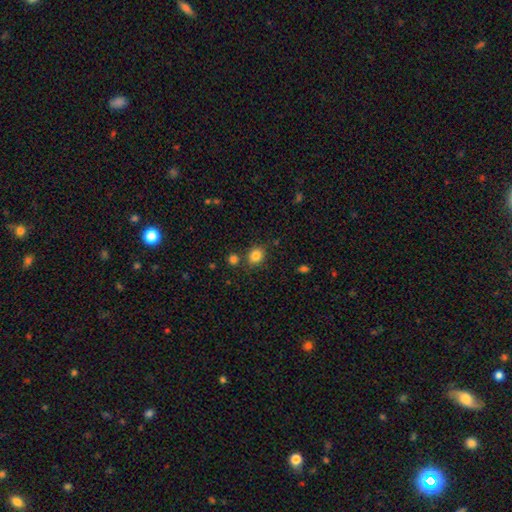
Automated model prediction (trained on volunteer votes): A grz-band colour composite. It shows a smooth galaxy with no disk features (84%) that is round (62%). Merging: none (78%).